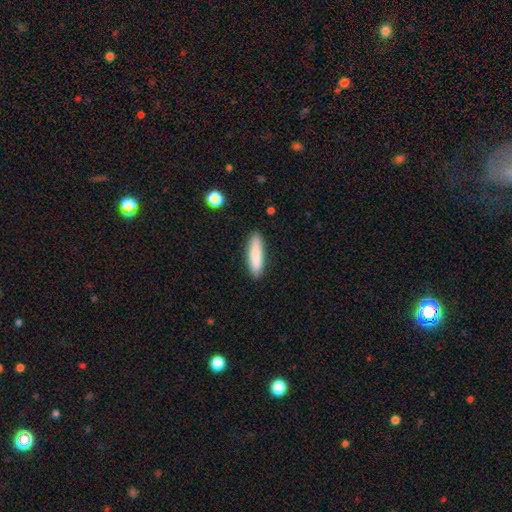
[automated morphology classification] smooth_or_featured: smooth (p=0.84) [alt: featured or disk p=0.10]
how_rounded: cigar-shaped (p=0.73) [alt: in between p=0.25]
merging: none (p=0.88) [alt: minor disturbance p=0.09]